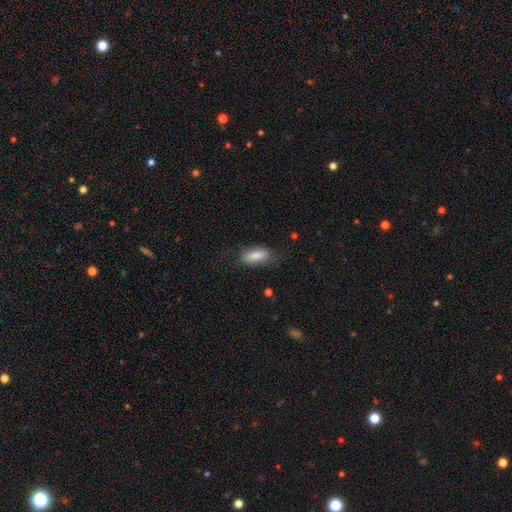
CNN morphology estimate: A smooth galaxy with no disk features (80%) that is in between round and cigar-shaped (76%).

Vote fractions:
- Smooth or featured? smooth: 80% / featured or disk: 13% / star or artifact: 7%
- How rounded? in between: 76% / cigar-shaped: 21% / round: 3%
- Merging? none: 71% / minor disturbance: 20% / major disturbance: 8% / merger: 1%